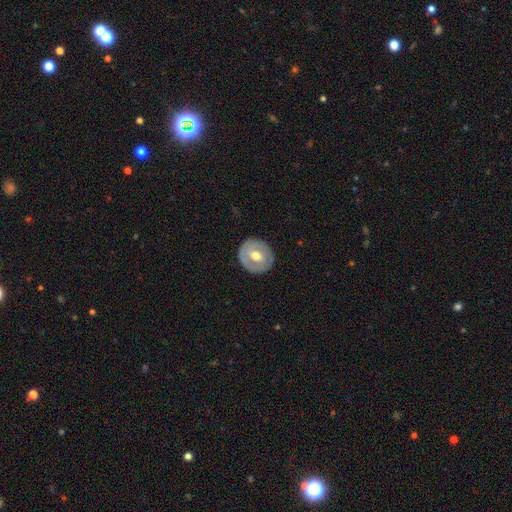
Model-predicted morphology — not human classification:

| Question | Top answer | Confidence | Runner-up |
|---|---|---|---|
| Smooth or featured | featured or disk | 51% | smooth (43%) |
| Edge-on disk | no | 94% | yes (6%) |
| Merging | none | 85% | minor disturbance (10%) |